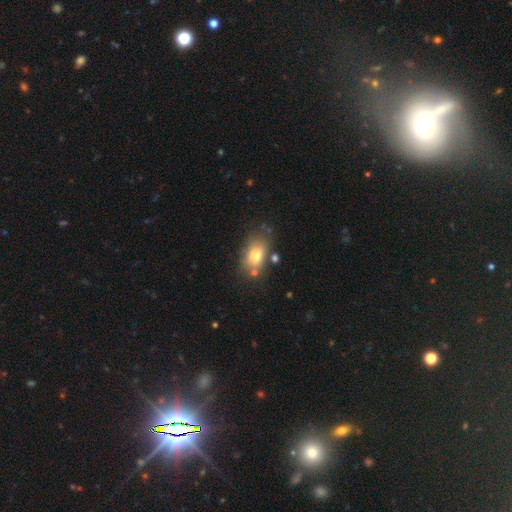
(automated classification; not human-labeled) The model was most divided on "merging": none: 64%, minor disturbance: 19%, merger: 10%, major disturbance: 7%. More confident: how rounded — in between (85%); smooth or featured — smooth (75%).